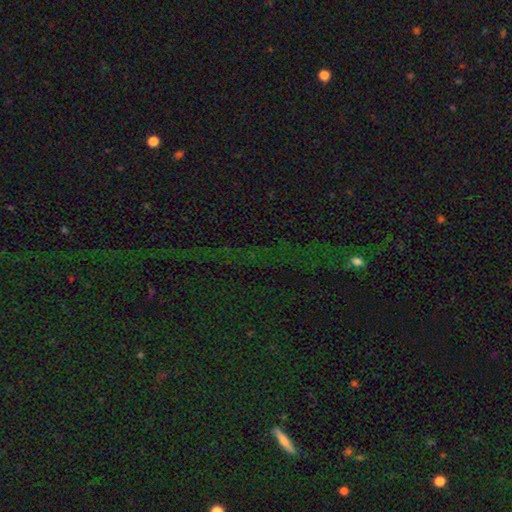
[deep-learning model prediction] smooth-or-featured: star or artifact: 79% | smooth: 12% | featured or disk: 9%